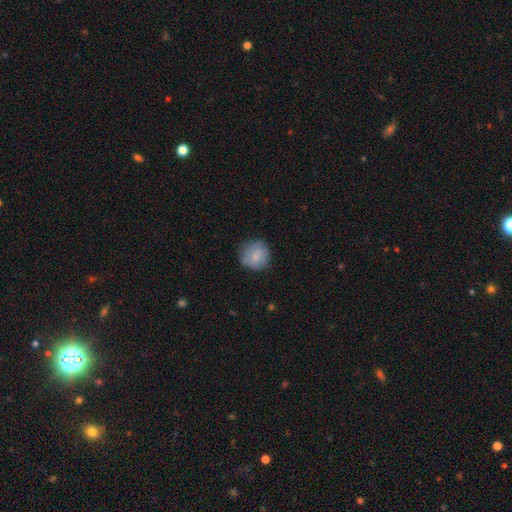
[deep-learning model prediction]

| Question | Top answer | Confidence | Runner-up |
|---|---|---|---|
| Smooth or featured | smooth | 74% | featured or disk (19%) |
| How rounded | round | 89% | in between (10%) |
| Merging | none | 72% | minor disturbance (20%) |